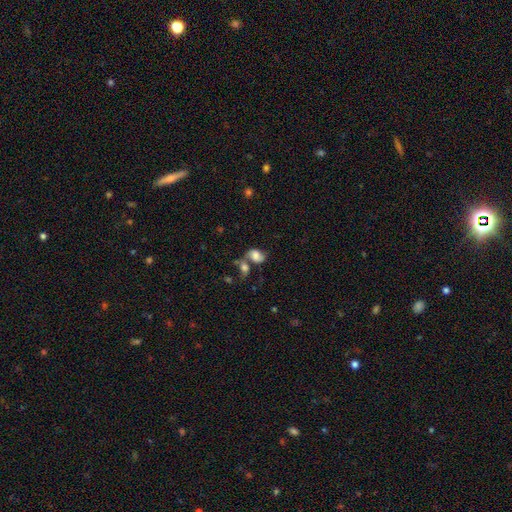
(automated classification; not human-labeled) This appears to be a smooth galaxy with no disk features (61%) that is in between round and cigar-shaped (75%). Merging: merger (40%).